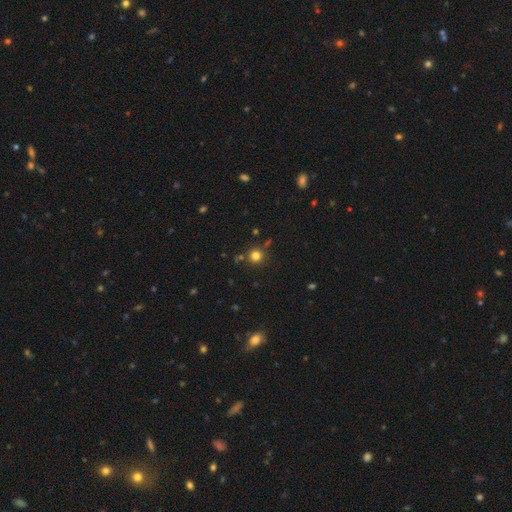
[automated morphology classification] This appears to be a smooth galaxy with no disk features (78%) that is round (94%). Merging: none (83%).